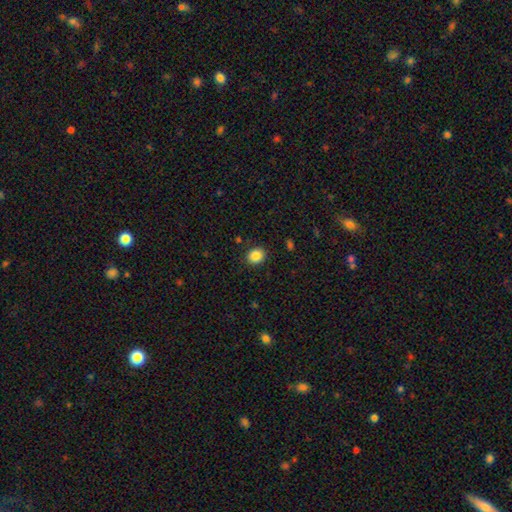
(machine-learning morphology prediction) Smooth or featured? smooth (87%)
How rounded? round (70%)
Merging? none (89%)